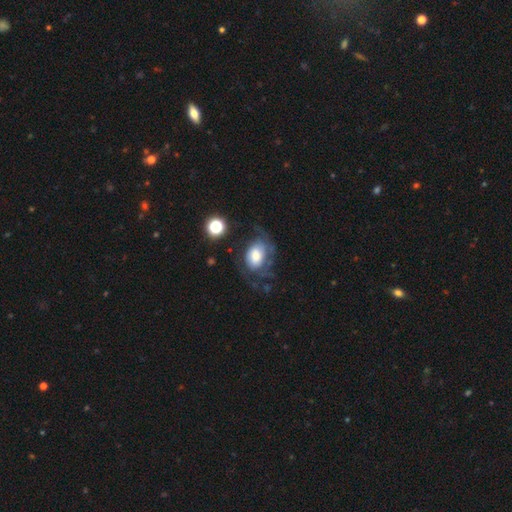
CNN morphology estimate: This appears to be a featured or disk galaxy (55%) with no bar (71%), spiral arms (78%) and a large central bulge (48%). Merging: none (42%).